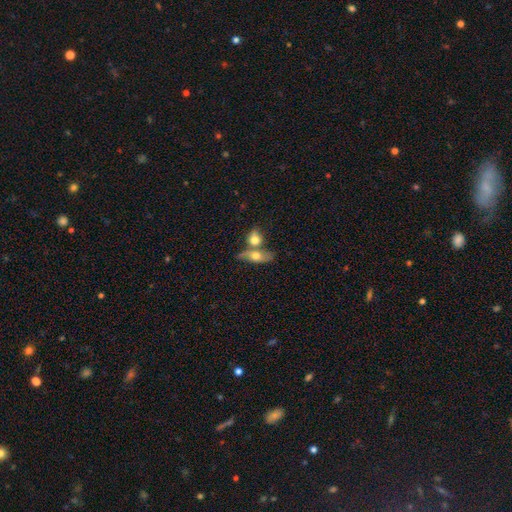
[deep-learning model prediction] Smooth or featured: smooth — 56% (featured or disk — 36%)
How rounded: in between — 67% (cigar-shaped — 19%)
Merging: merger — 52% (none — 31%)